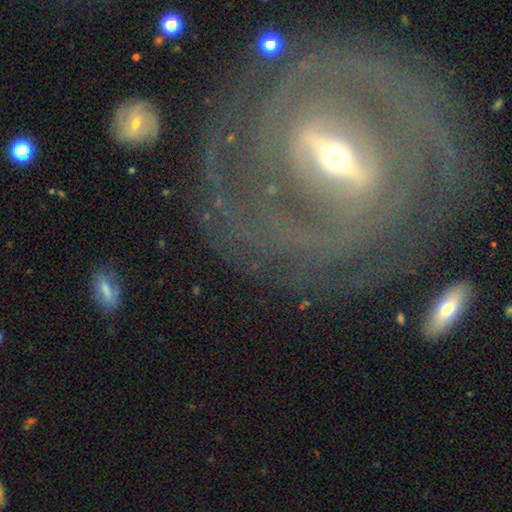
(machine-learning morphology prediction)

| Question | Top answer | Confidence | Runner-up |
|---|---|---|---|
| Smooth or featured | featured or disk | 86% | smooth (8%) |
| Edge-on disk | no | 90% | yes (10%) |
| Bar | strong | 68% | weak (22%) |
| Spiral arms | yes | 83% | no (17%) |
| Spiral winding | tight | 68% | medium (24%) |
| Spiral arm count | can't tell | 33% | 2 (29%) |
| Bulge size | moderate | 46% | tied: small (46%) |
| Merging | none | 74% | minor disturbance (13%) |